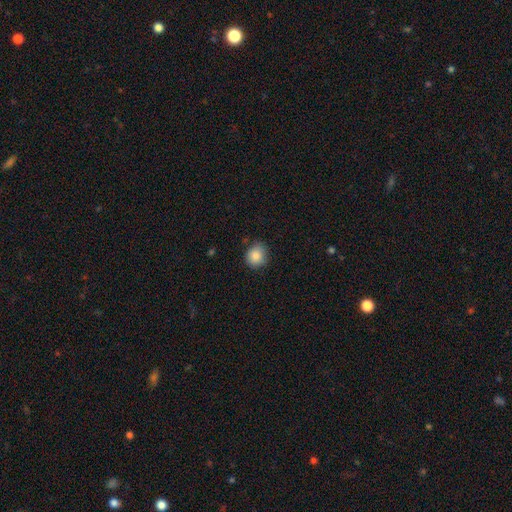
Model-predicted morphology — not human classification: Smooth or featured? Predicted: smooth (p=0.86). How rounded? Predicted: round (p=0.79). Merging? Predicted: none (p=0.79).